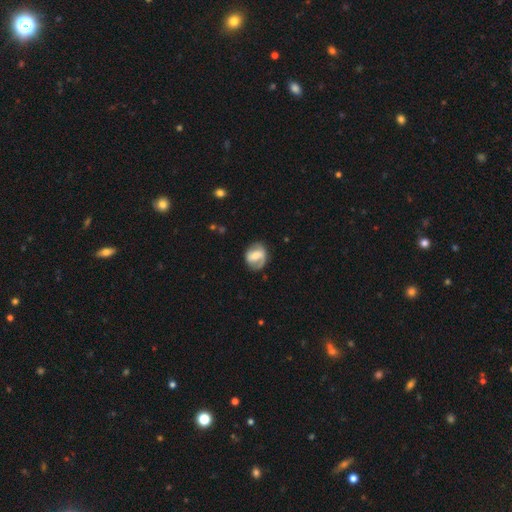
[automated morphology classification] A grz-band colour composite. It shows a featured or disk galaxy (57%) with a weak bar (43%), spiral arms (76%) and a moderate central bulge (44%). Merging: none (66%).